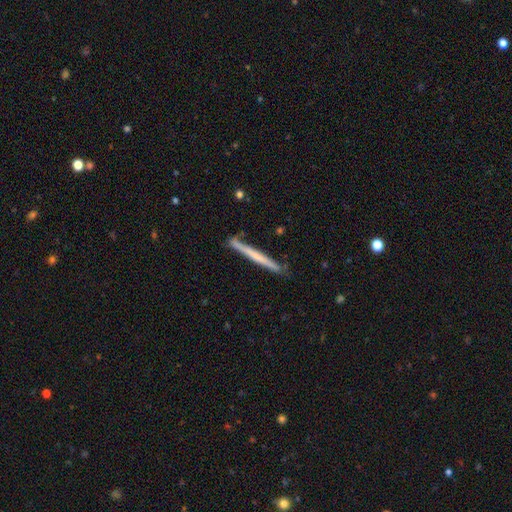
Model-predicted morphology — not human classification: Q: Smooth or featured?
A: featured or disk (49%); runner-up: smooth (45%)
Q: Merging?
A: none (84%); runner-up: minor disturbance (12%)